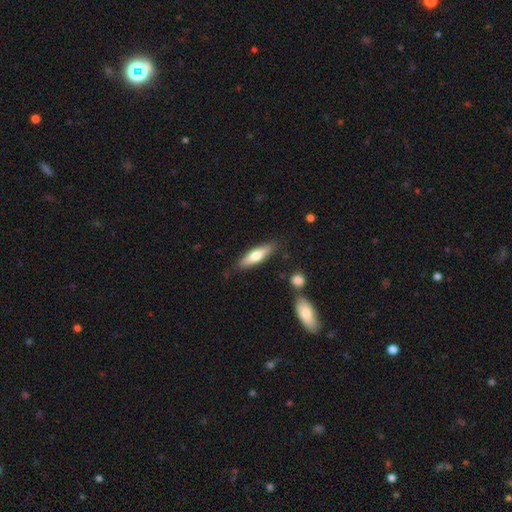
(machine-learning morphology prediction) Smooth or featured?
  - smooth: 63% *
  - featured or disk: 32%
  - star or artifact: 5%
How rounded?
  - cigar-shaped: 66% *
  - in between: 33%
  - round: 2%
Merging?
  - none: 81% *
  - minor disturbance: 12%
  - merger: 4%
  - major disturbance: 3%